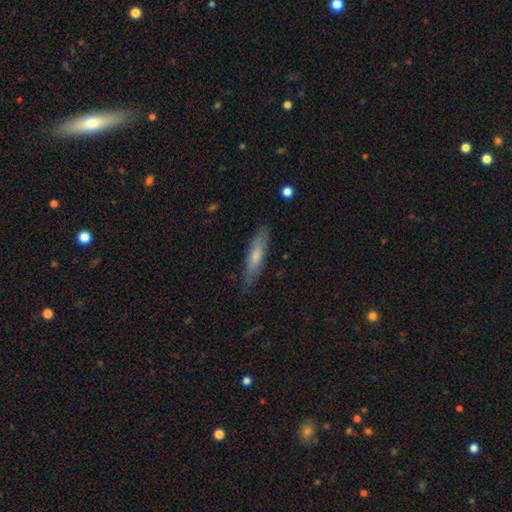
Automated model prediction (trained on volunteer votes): A smooth galaxy with no disk features (63%) that is cigar-shaped (72%). Merging: none (80%).